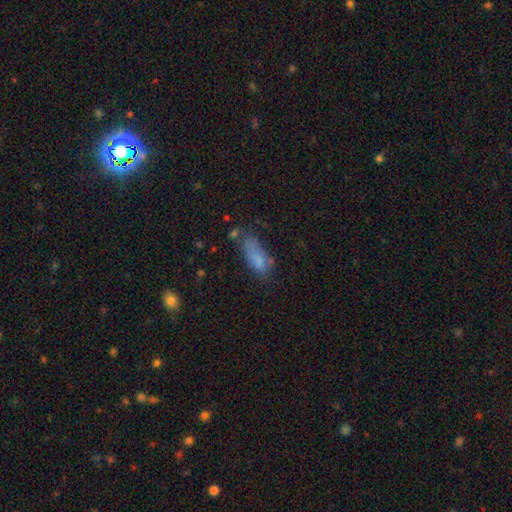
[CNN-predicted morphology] smooth_or_featured: smooth (p=0.74) [alt: featured or disk p=0.15]
how_rounded: in between (p=0.73) [alt: cigar-shaped p=0.24]
merging: none (p=0.42) [alt: minor disturbance p=0.29]